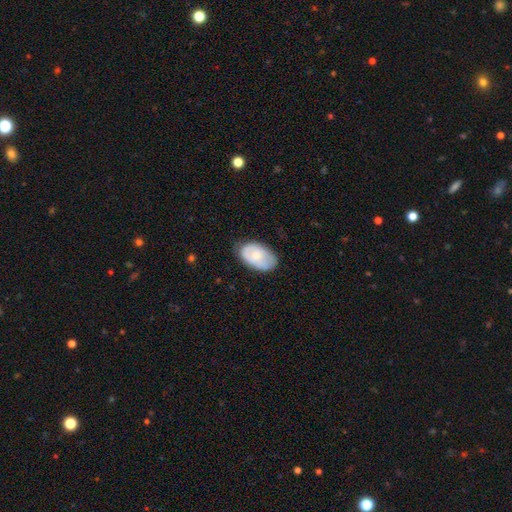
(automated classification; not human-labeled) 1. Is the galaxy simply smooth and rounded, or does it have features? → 65% smooth, 29% featured or disk, 6% star or artifact.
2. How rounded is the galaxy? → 93% in between, 6% round, 1% cigar-shaped.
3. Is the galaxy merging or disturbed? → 70% none, 23% minor disturbance, 5% major disturbance, 1% merger.